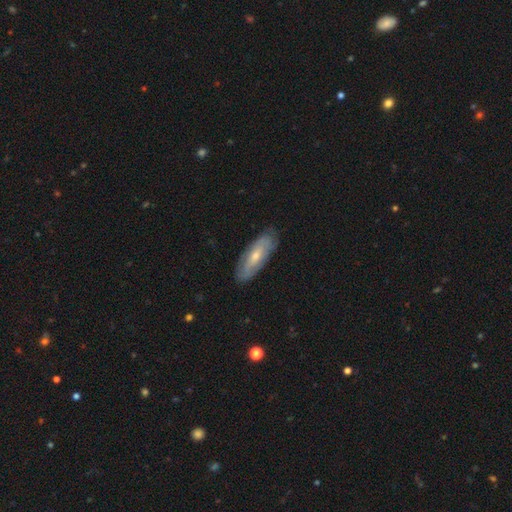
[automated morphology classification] smooth-or-featured: featured or disk: 52% | smooth: 42% | star or artifact: 6%
  disk-edge-on: no: 73% | yes: 27%
  merging: none: 81% | minor disturbance: 15% | major disturbance: 3% | merger: 1%